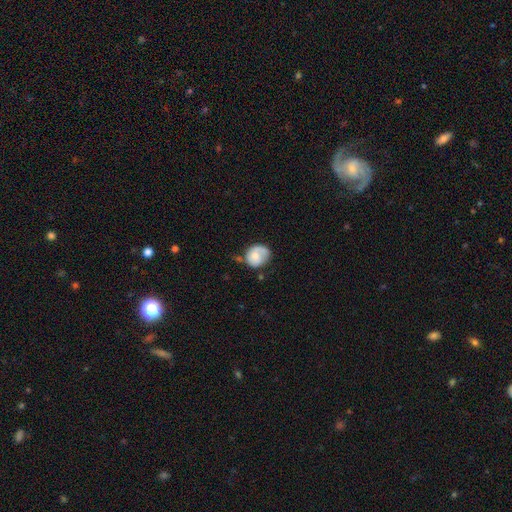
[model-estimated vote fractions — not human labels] smooth_or_featured: smooth (p=0.56) [alt: featured or disk p=0.37]
how_rounded: round (p=0.69) [alt: in between p=0.30]
merging: none (p=0.50) [alt: minor disturbance p=0.30]